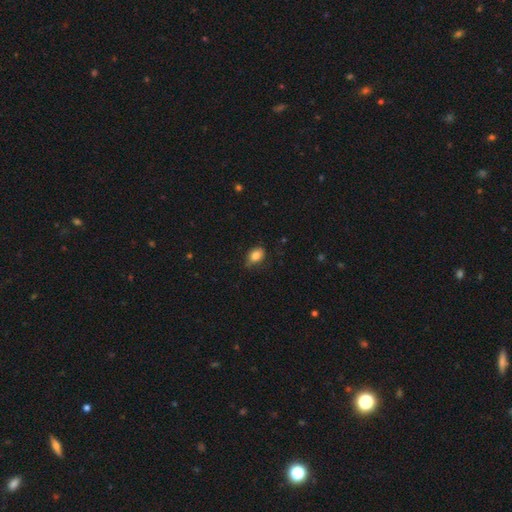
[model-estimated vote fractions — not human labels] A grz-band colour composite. It shows a smooth galaxy with no disk features (84%) that is in between round and cigar-shaped (80%). Merging: none (68%).